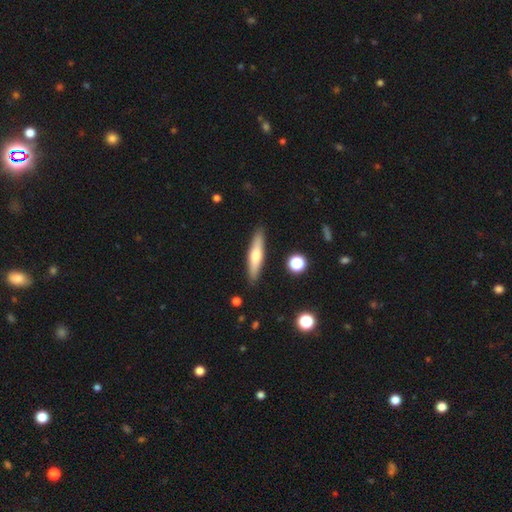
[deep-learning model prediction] The model was most divided on "smooth or featured": smooth: 53%, featured or disk: 41%, star or artifact: 6%. More confident: merging — none (89%); how rounded — cigar-shaped (83%).